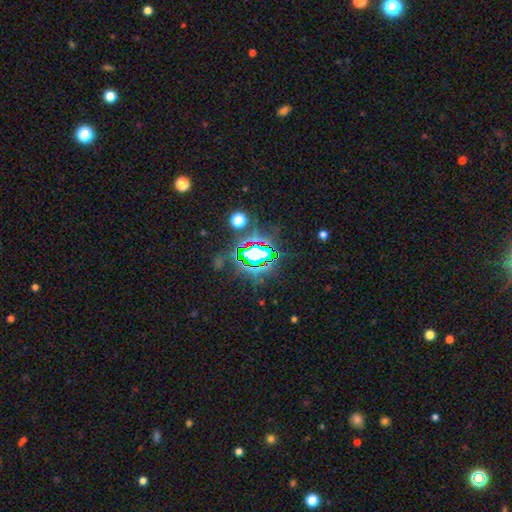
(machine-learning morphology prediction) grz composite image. It shows a star or artifact, not a galaxy (74%).